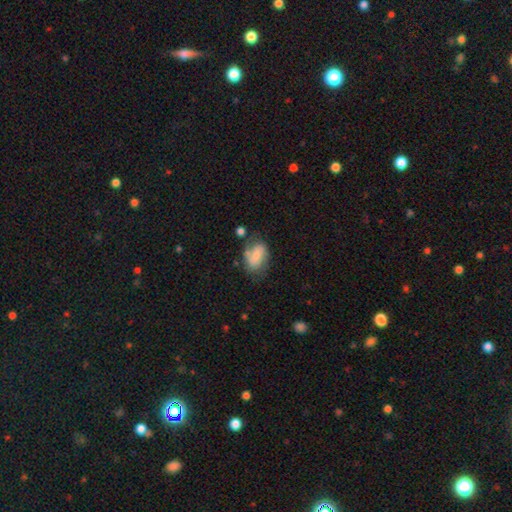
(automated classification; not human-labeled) smooth_or_featured: smooth (p=0.66) [alt: featured or disk p=0.26]
how_rounded: in between (p=0.86) [alt: round p=0.12]
merging: none (p=0.51) [alt: minor disturbance p=0.28]